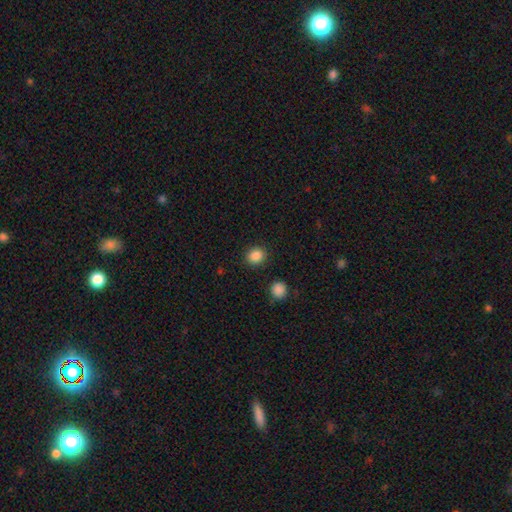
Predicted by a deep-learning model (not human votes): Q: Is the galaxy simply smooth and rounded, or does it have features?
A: smooth — 87%.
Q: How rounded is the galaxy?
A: round — 76%.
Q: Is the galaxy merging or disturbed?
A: none — 89%.